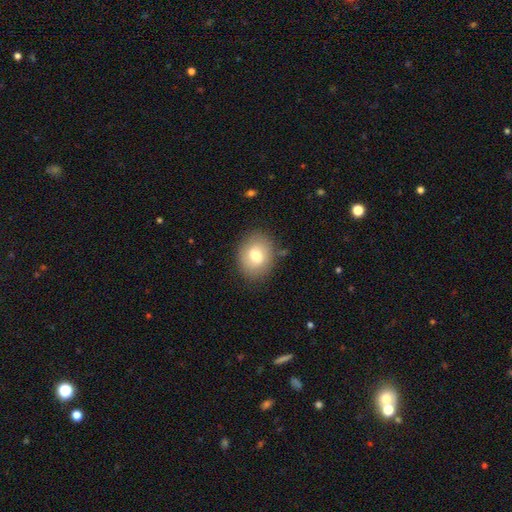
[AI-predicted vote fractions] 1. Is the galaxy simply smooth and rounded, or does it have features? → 74% smooth, 17% featured or disk, 9% star or artifact.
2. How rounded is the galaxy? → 63% round, 36% in between, 1% cigar-shaped.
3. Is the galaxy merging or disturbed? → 82% none, 12% minor disturbance, 4% major disturbance, 2% merger.